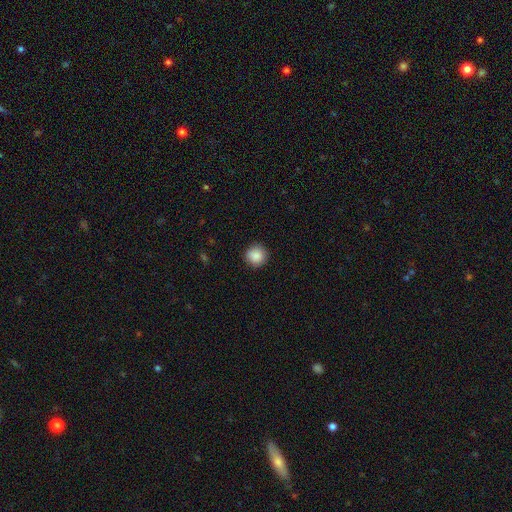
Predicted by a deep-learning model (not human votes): Smooth or featured: smooth — 88% (star or artifact — 8%)
How rounded: round — 94% (in between — 5%)
Merging: none — 89% (minor disturbance — 8%)